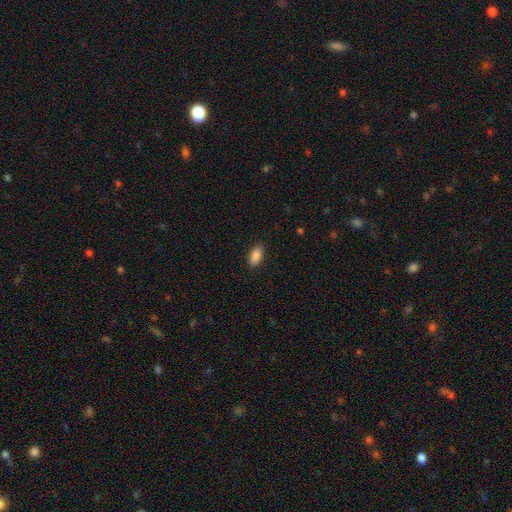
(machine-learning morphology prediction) The model was most divided on "merging": none: 87%, minor disturbance: 10%, major disturbance: 2%, merger: 1%. More confident: how rounded — in between (91%); smooth or featured — smooth (89%).